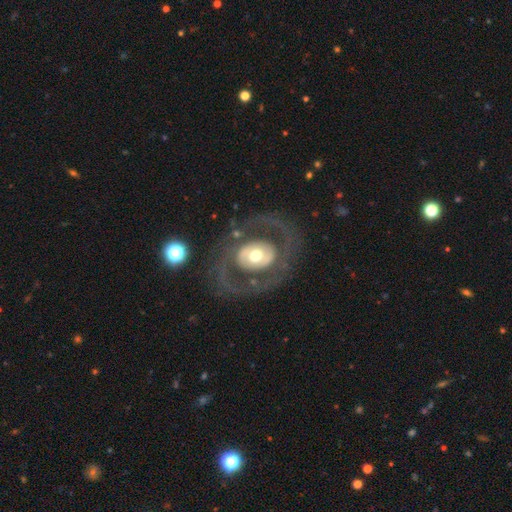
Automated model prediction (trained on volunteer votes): Q: Smooth or featured?
A: featured or disk (76%); runner-up: smooth (19%)
Q: Edge-on disk?
A: no (95%); runner-up: yes (5%)
Q: Bar?
A: no (64%); runner-up: weak (23%)
Q: Spiral arms?
A: yes (56%); runner-up: no (44%)
Q: Bulge size?
A: moderate (62%); runner-up: large (24%)
Q: Merging?
A: none (73%); runner-up: major disturbance (14%)